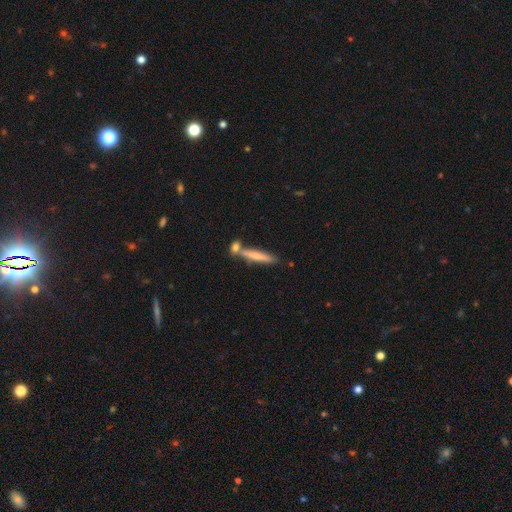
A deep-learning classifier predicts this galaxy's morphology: smooth 65%, featured or disk 28%, star or artifact 6%. Down the decision tree: how rounded — cigar-shaped (89%); merging — none (61%).